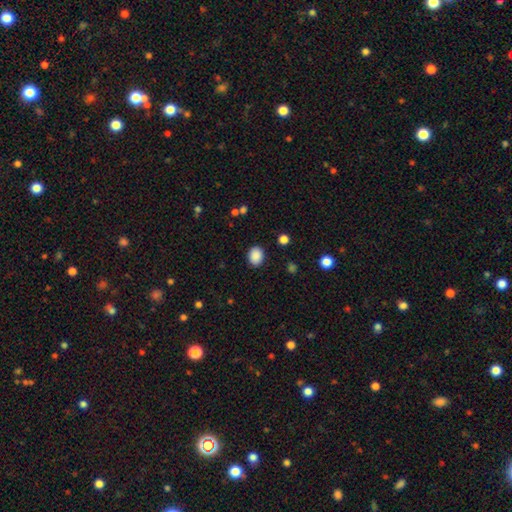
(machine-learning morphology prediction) smooth_or_featured: smooth (p=0.88) [alt: star or artifact p=0.09]
how_rounded: in between (p=0.55) [alt: round p=0.44]
merging: none (p=0.87) [alt: minor disturbance p=0.09]